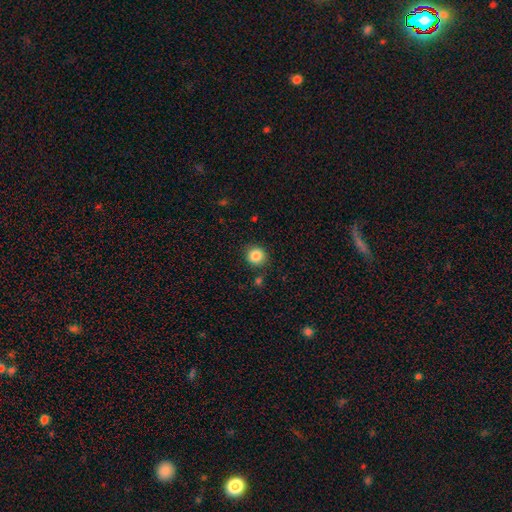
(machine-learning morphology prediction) type=smooth (86%); roundness=round (88%); merging=none (86%).